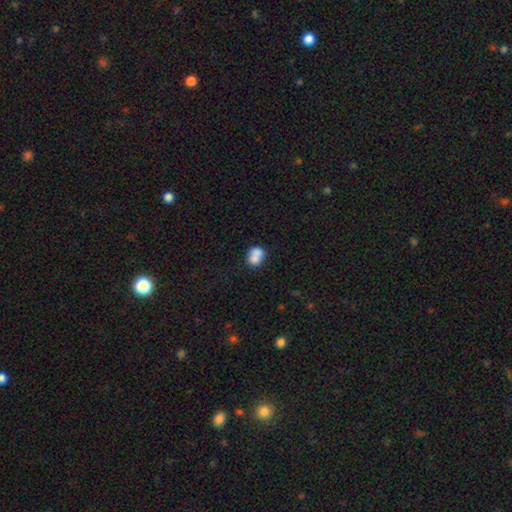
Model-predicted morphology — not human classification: Smooth or featured: smooth — 72% (featured or disk — 19%)
How rounded: round — 56% (in between — 43%)
Merging: merger — 58% (none — 28%)